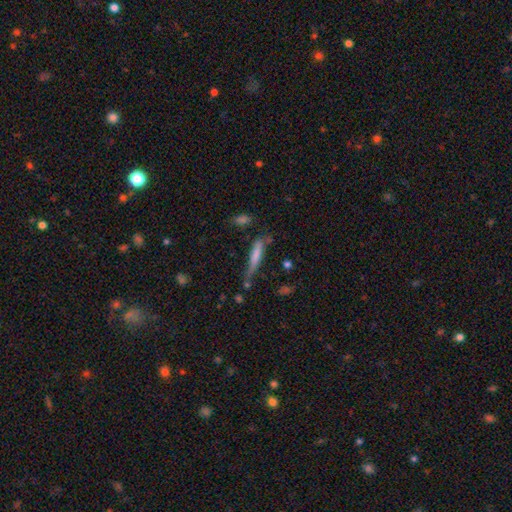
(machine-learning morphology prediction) Overall: smooth (65%; featured or disk 27%). How rounded: cigar-shaped (89%). Merging: none (55%; minor disturbance 26%).